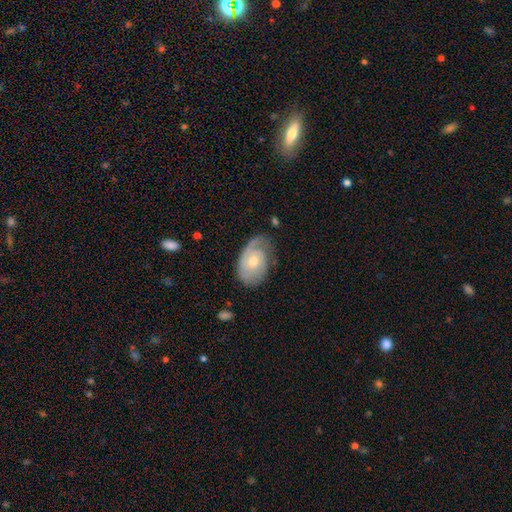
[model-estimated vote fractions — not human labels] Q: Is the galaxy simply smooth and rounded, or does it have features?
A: featured or disk — 73%.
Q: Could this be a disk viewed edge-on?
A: no — 95%.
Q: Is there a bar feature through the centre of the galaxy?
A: no — 76%.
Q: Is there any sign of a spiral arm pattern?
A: yes — 88%.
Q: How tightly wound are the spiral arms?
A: tight — 62%.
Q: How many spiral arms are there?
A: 1 — 46%.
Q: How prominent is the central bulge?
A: moderate — 58%.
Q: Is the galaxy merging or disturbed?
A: none — 64%.